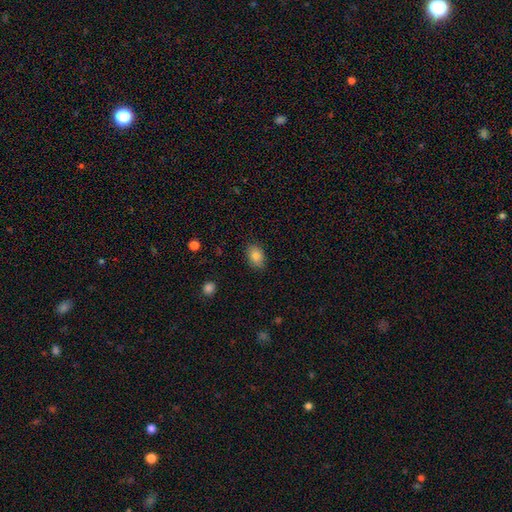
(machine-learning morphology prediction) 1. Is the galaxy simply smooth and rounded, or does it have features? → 84% smooth, 8% star or artifact, 8% featured or disk.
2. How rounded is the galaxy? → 81% in between, 18% round, 1% cigar-shaped.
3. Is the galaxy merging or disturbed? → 85% none, 12% minor disturbance, 2% major disturbance, 1% merger.